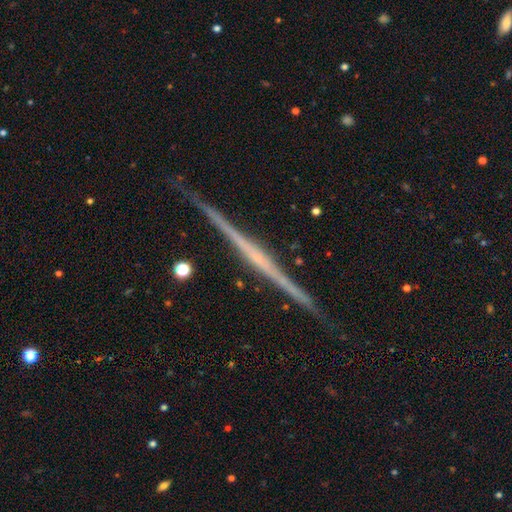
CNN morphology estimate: featured or disk 81%, smooth 12%, star or artifact 7%. Down the decision tree: edge-on disk — yes (98%); edge-on bulge — none (70%); merging — none (90%).